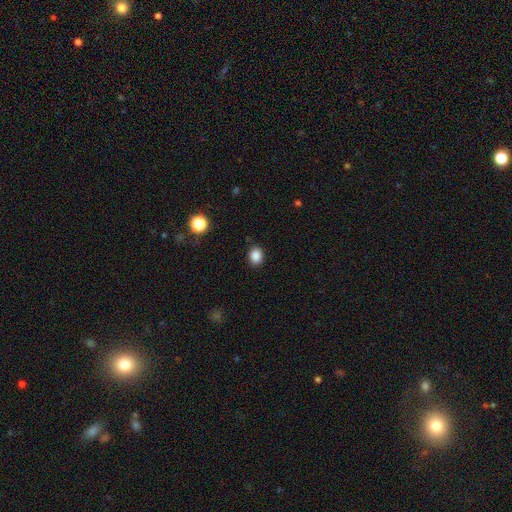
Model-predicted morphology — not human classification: Overall: smooth (86%). How rounded: round (56%; in between 43%). Merging: none (87%).